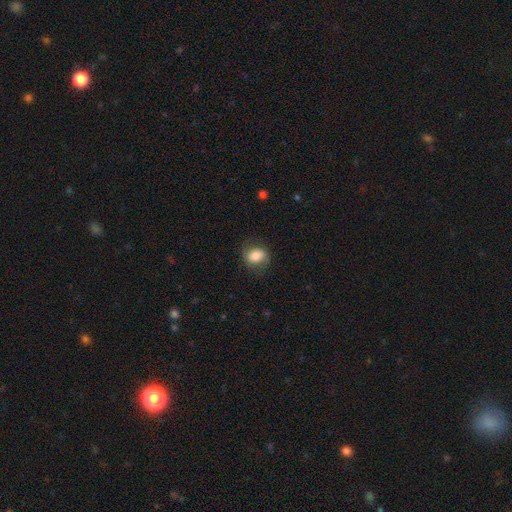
Q: Smooth or featured?
A: smooth (74%); runner-up: featured or disk (18%)
Q: How rounded?
A: in between (59%); runner-up: round (41%)
Q: Merging?
A: none (67%); runner-up: minor disturbance (28%)